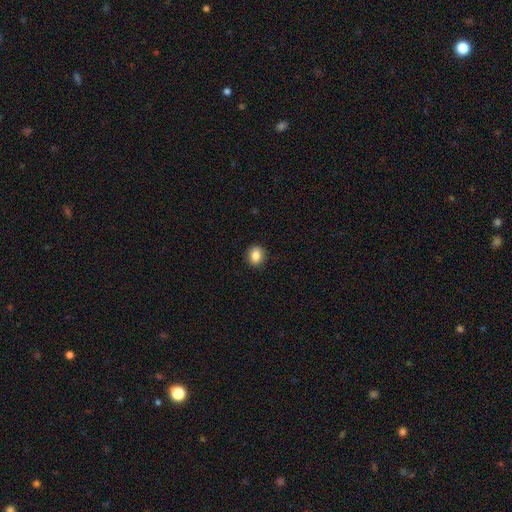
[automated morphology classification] A smooth galaxy with no disk features (86%) that is round (67%).

Vote fractions:
- Smooth or featured? smooth: 86% / star or artifact: 9% / featured or disk: 5%
- How rounded? round: 67% / in between: 32% / cigar-shaped: 1%
- Merging? none: 90% / minor disturbance: 7% / major disturbance: 2% / merger: 1%